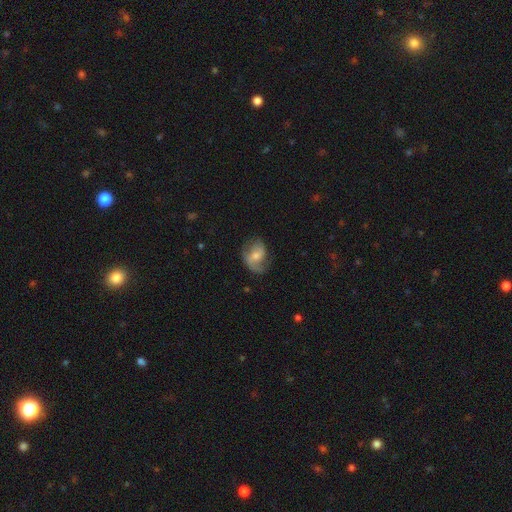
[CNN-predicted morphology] smooth-or-featured: featured or disk: 60% | smooth: 32% | star or artifact: 7%
  disk-edge-on: no: 97% | yes: 3%
    bar: no: 51% | weak: 37% | strong: 12%
    has-spiral-arms: yes: 84% | no: 16%
    bulge-size: moderate: 50% | small: 43% | large: 3% | none: 3% | dominant: 1%
  merging: none: 54% | minor disturbance: 27% | major disturbance: 18% | merger: 2%